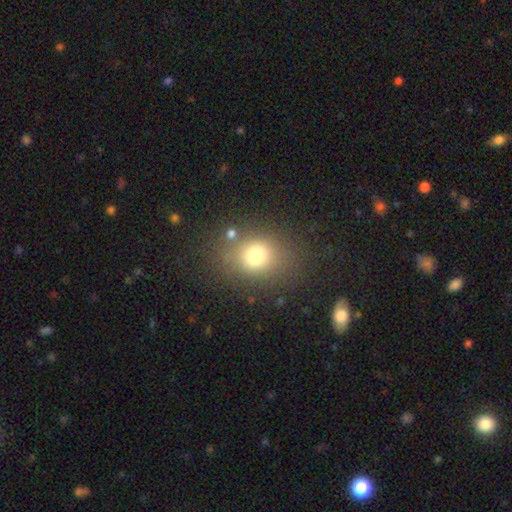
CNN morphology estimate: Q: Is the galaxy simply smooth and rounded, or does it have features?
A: smooth — 75%.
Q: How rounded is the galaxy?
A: round — 57%.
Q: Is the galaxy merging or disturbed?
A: none — 76%.